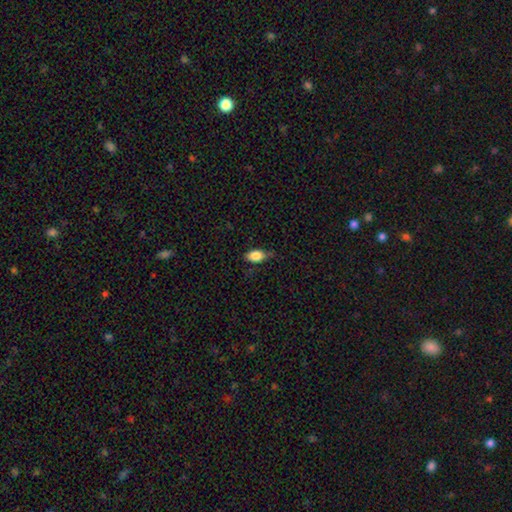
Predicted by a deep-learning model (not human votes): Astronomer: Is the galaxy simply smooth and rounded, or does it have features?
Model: smooth — 84%.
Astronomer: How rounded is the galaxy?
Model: in between — 88%.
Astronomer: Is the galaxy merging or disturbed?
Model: none — 67%.